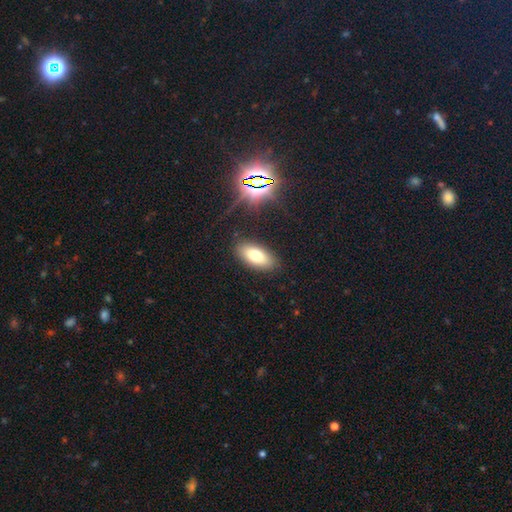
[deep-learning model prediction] Q: Smooth or featured?
A: smooth (74%); runner-up: featured or disk (15%)
Q: How rounded?
A: in between (87%); runner-up: cigar-shaped (10%)
Q: Merging?
A: none (87%); runner-up: minor disturbance (9%)